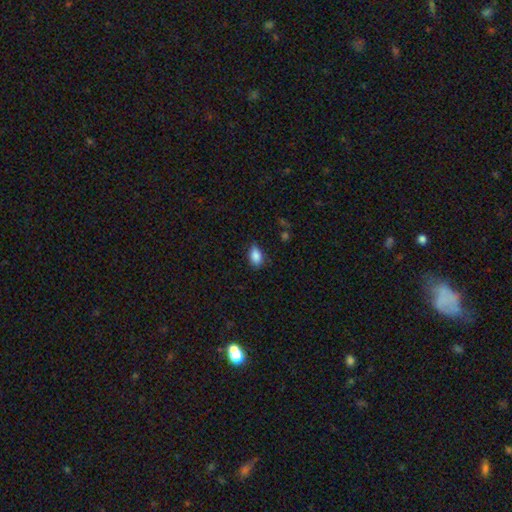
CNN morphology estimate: A smooth galaxy with no disk features (86%) that is in between round and cigar-shaped (86%).

Vote fractions:
- Smooth or featured? smooth: 86% / star or artifact: 8% / featured or disk: 5%
- How rounded? in between: 86% / round: 12% / cigar-shaped: 2%
- Merging? none: 71% / minor disturbance: 23% / major disturbance: 4% / merger: 1%